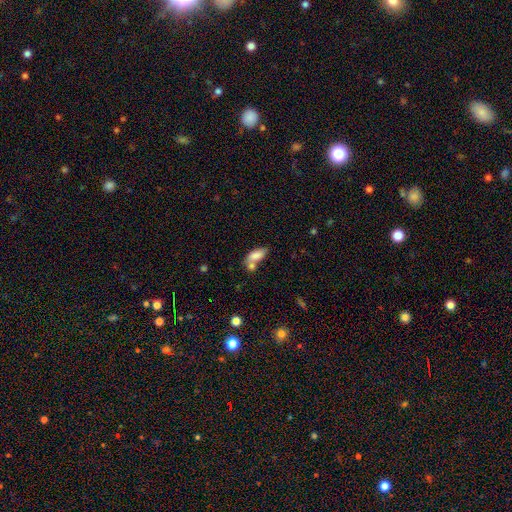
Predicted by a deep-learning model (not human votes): smooth 79%, featured or disk 12%, star or artifact 8%. Down the decision tree: how rounded — in between (84%); merging — merger (44%).